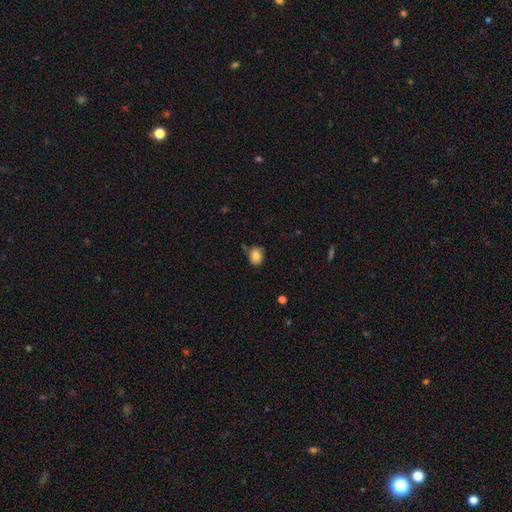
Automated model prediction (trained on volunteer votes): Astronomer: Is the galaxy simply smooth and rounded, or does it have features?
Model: smooth — 83%.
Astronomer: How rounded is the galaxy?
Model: round — 57% (runner-up: in between, 42%).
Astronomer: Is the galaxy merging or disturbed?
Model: none — 78%.